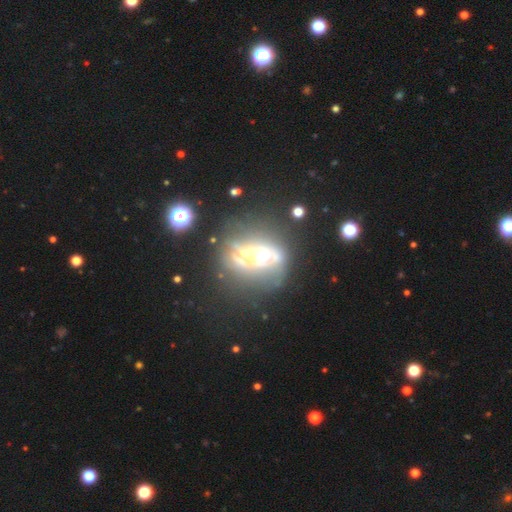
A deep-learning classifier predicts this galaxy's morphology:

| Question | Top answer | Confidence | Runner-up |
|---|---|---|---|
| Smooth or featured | featured or disk | 64% | smooth (18%) |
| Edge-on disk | no | 71% | yes (29%) |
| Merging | none | 50% | major disturbance (22%) |